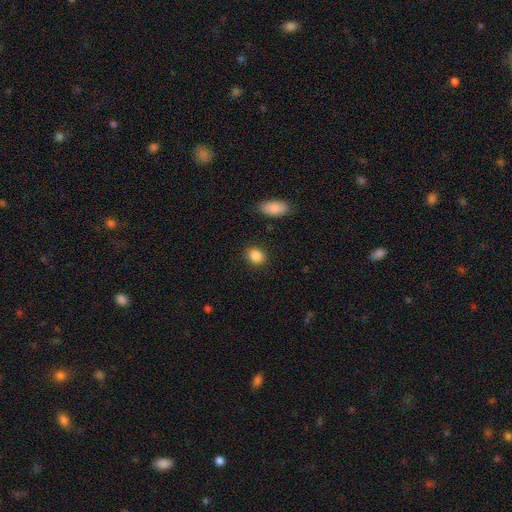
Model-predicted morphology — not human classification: This is clearly a smooth galaxy (88%). How rounded: possibly round (53%). Merging: clearly none (89%).